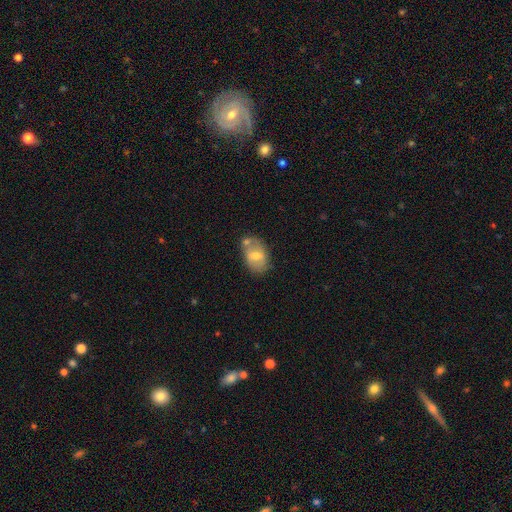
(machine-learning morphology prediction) Smooth or featured: smooth — 48% (featured or disk — 45%)
Merging: none — 49% (merger — 24%)